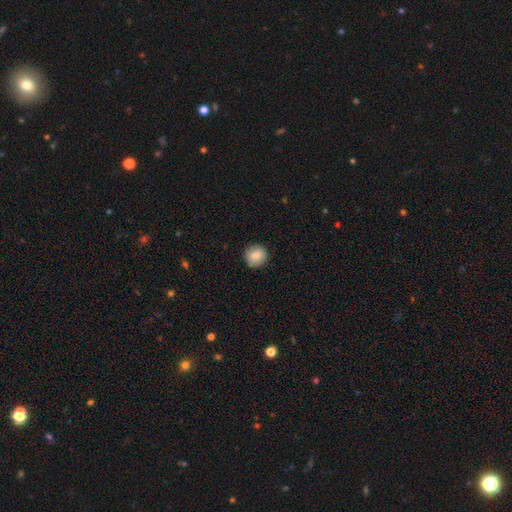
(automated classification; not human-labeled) Smooth or featured? Predicted: smooth (p=0.82). How rounded? Predicted: round (p=0.93). Merging? Predicted: none (p=0.91).